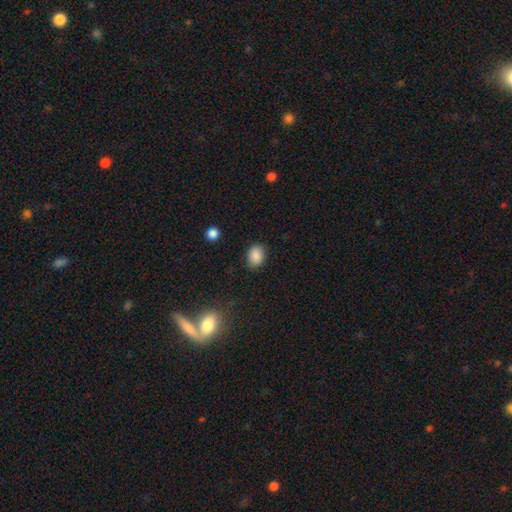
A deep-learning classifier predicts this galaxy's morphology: smooth_or_featured: smooth (p=0.88) [alt: star or artifact p=0.09]
how_rounded: in between (p=0.65) [alt: round p=0.34]
merging: none (p=0.84) [alt: minor disturbance p=0.11]